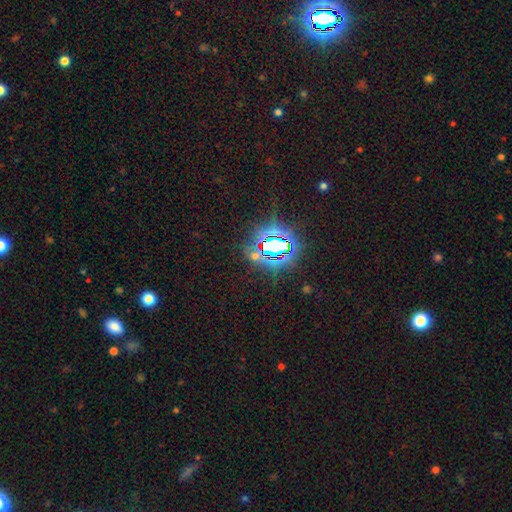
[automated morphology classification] Smooth or featured?
  - star or artifact: 74% *
  - smooth: 18%
  - featured or disk: 9%